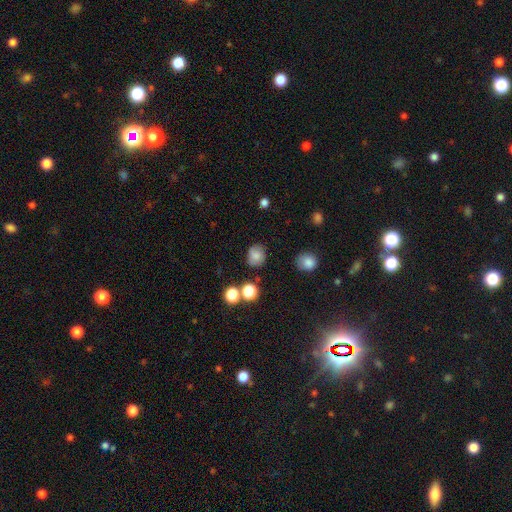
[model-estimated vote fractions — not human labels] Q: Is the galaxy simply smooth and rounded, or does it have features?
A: smooth — 79%.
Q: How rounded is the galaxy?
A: round — 72%.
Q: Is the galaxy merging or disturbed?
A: none — 78%.